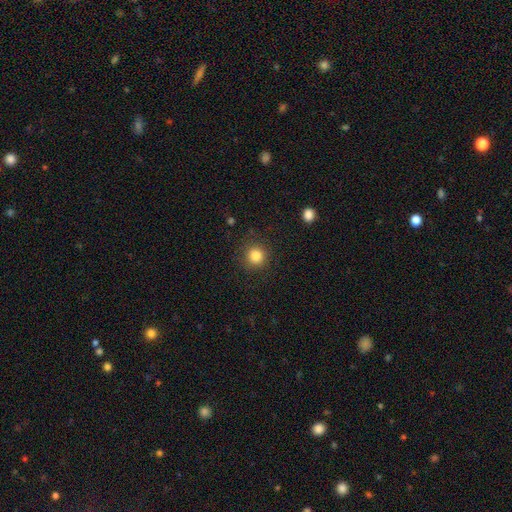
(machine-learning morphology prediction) The model was most divided on "smooth or featured": smooth: 84%, star or artifact: 11%, featured or disk: 5%. More confident: how rounded — round (93%); merging — none (89%).